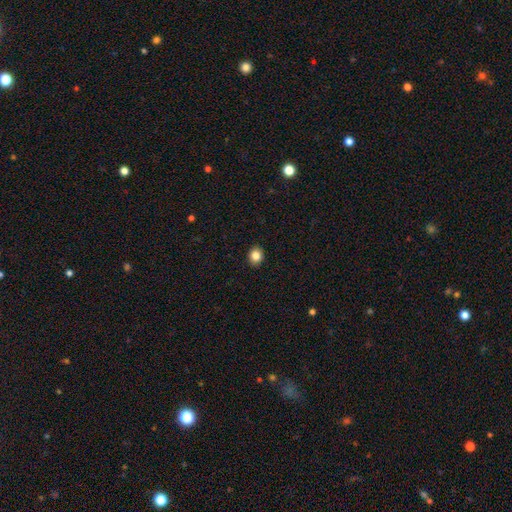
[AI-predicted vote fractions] smooth 84%, star or artifact 10%, featured or disk 6%. Down the decision tree: how rounded — round (66%); merging — none (91%).